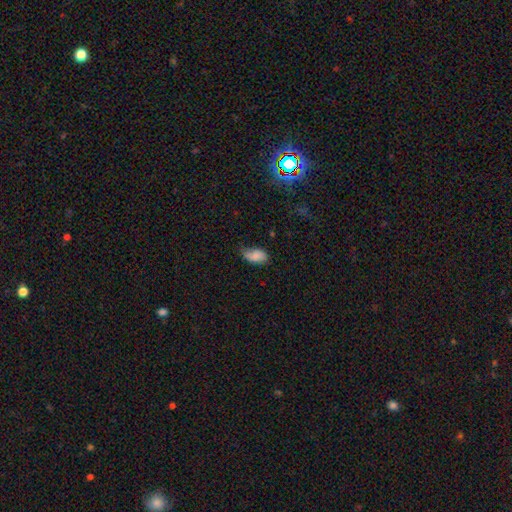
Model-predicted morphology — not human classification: Smooth or featured? smooth (77%)
How rounded? in between (92%)
Merging? none (48%)